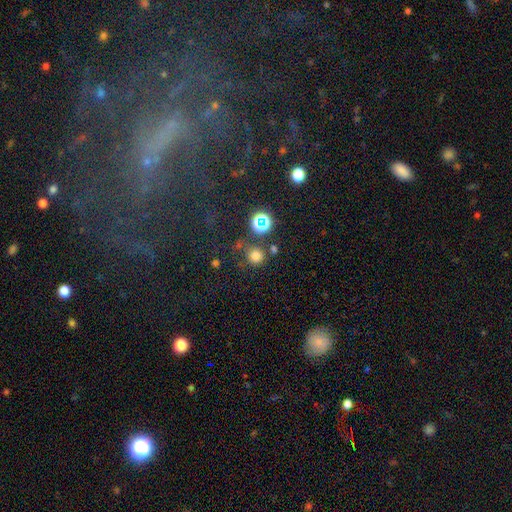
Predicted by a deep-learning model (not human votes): smooth 71%, star or artifact 22%, featured or disk 7%. Down the decision tree: how rounded — round (92%); merging — none (73%).